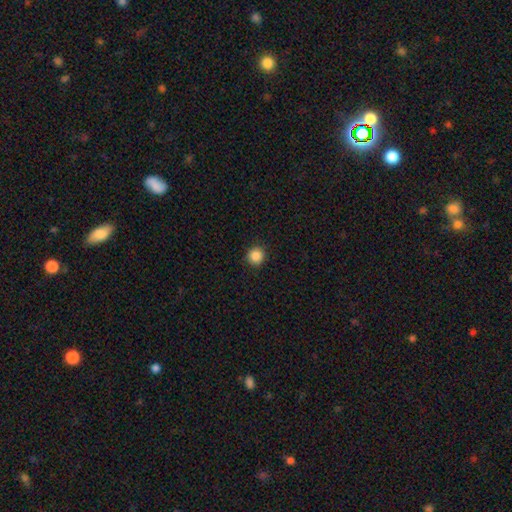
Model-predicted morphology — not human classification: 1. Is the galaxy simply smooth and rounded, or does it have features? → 87% smooth, 10% star or artifact, 3% featured or disk.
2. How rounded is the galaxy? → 93% round, 6% in between, 1% cigar-shaped.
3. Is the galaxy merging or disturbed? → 92% none, 6% minor disturbance, 2% major disturbance, 1% merger.